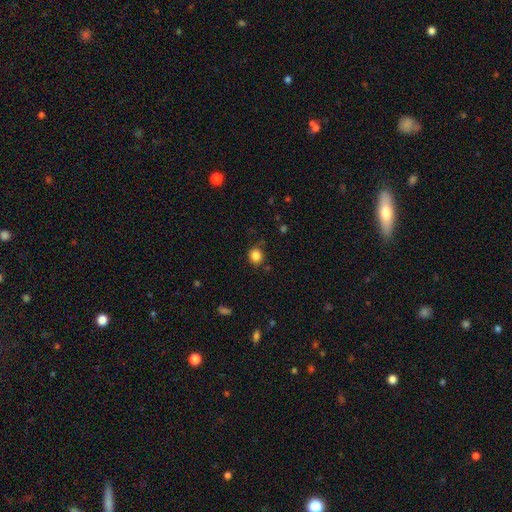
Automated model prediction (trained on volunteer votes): A smooth galaxy with no disk features (85%) that is round (77%).

Vote fractions:
- Smooth or featured? smooth: 85% / star or artifact: 11% / featured or disk: 4%
- How rounded? round: 77% / in between: 22% / cigar-shaped: 1%
- Merging? none: 82% / minor disturbance: 12% / major disturbance: 3% / merger: 3%